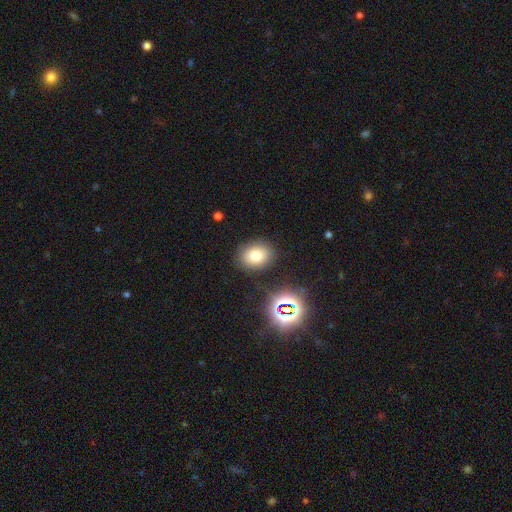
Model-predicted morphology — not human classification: Q: Smooth or featured?
A: smooth (77%); runner-up: star or artifact (15%)
Q: How rounded?
A: in between (59%); runner-up: round (40%)
Q: Merging?
A: none (84%); runner-up: minor disturbance (10%)